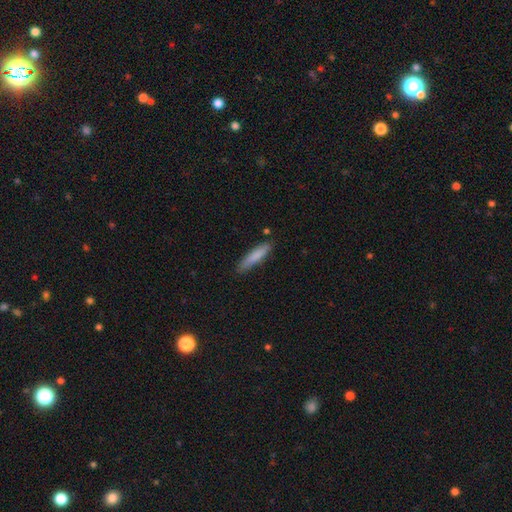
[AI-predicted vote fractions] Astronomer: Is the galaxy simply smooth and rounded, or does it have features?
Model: smooth — 81%.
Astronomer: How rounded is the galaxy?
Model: cigar-shaped — 85%.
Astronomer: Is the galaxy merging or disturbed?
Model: none — 80%.